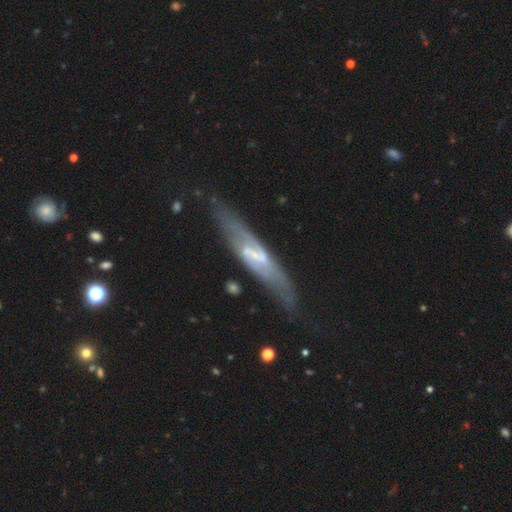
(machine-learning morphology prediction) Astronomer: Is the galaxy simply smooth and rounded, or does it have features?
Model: featured or disk — 73%.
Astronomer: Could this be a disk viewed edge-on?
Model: yes — 54% (runner-up: no, 46%).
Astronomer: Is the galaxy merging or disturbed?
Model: none — 70%.